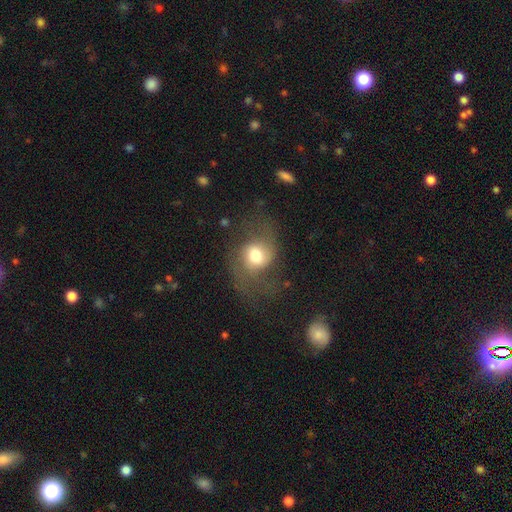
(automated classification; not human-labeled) Smooth or featured?
  - featured or disk: 46% *
  - smooth: 44%
  - star or artifact: 10%
Merging?
  - none: 47% *
  - major disturbance: 30%
  - minor disturbance: 20%
  - merger: 3%